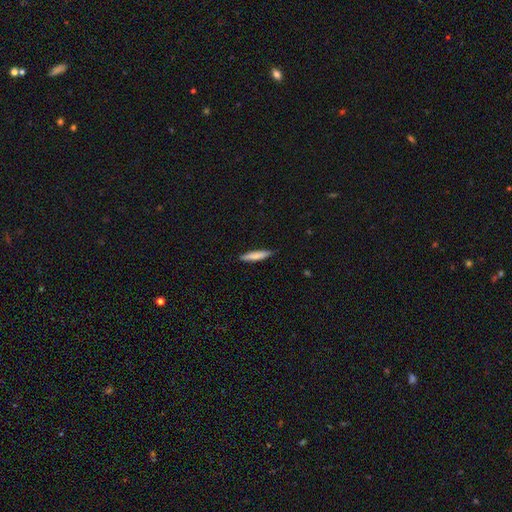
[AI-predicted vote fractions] Smooth or featured?
  - smooth: 77% *
  - featured or disk: 18%
  - star or artifact: 6%
How rounded?
  - cigar-shaped: 89% *
  - in between: 9%
  - round: 1%
Merging?
  - none: 87% *
  - minor disturbance: 10%
  - major disturbance: 2%
  - merger: 1%